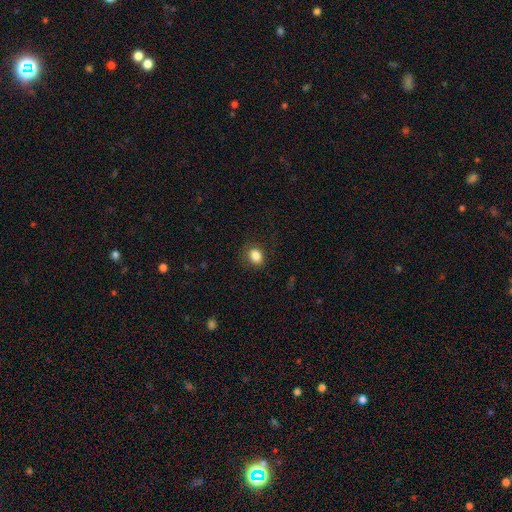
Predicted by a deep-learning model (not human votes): A smooth galaxy with no disk features (85%) that is in between round and cigar-shaped (51%).

Vote fractions:
- Smooth or featured? smooth: 85% / star or artifact: 10% / featured or disk: 5%
- How rounded? in between: 51% / round: 48% / cigar-shaped: 1%
- Merging? none: 81% / minor disturbance: 13% / major disturbance: 4% / merger: 1%